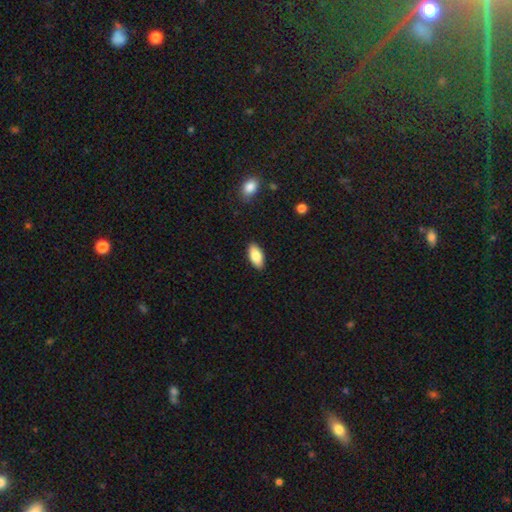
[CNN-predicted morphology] Q: Smooth or featured?
A: smooth (86%); runner-up: featured or disk (8%)
Q: How rounded?
A: in between (91%); runner-up: cigar-shaped (7%)
Q: Merging?
A: none (89%); runner-up: minor disturbance (8%)